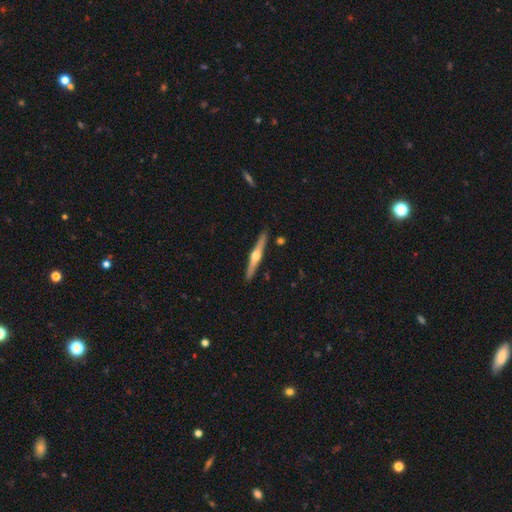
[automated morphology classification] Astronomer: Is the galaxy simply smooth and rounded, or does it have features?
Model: featured or disk — 75%.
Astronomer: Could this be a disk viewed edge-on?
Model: yes — 98%.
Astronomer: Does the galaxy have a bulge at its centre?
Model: rounded — 94%.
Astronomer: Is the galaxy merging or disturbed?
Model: none — 90%.